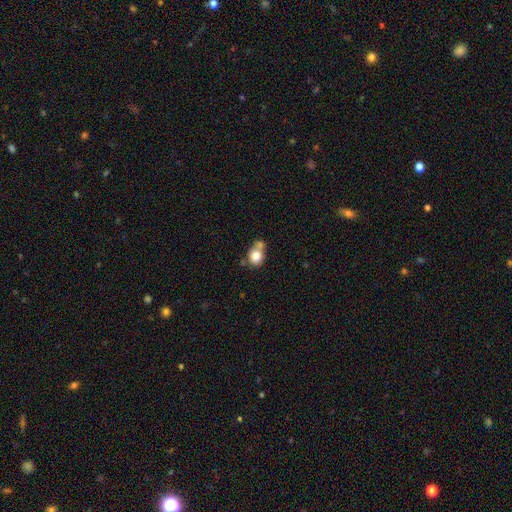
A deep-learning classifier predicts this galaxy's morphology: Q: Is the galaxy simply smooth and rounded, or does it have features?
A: smooth — 77%.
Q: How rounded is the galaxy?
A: round — 68%.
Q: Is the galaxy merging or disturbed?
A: none — 40%.